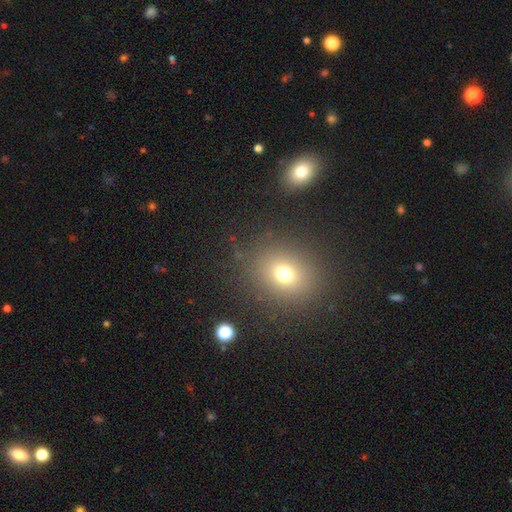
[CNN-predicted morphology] The model was most divided on "smooth or featured": smooth: 58%, star or artifact: 33%, featured or disk: 9%. More confident: merging — none (88%); how rounded — round (71%).